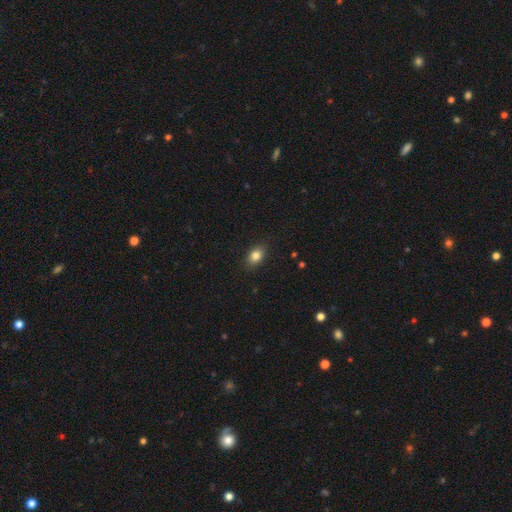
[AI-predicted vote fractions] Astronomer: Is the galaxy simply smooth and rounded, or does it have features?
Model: smooth — 82%.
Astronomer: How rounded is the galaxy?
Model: in between — 77%.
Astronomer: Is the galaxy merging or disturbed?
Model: none — 87%.